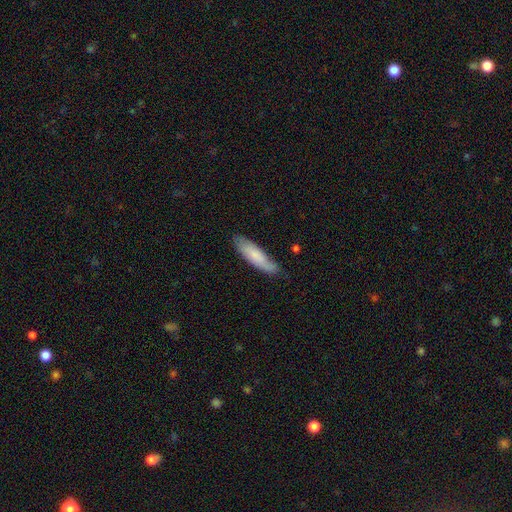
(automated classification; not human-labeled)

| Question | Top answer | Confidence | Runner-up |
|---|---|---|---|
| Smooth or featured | smooth | 73% | featured or disk (21%) |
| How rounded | cigar-shaped | 60% | in between (39%) |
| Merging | none | 73% | minor disturbance (22%) |